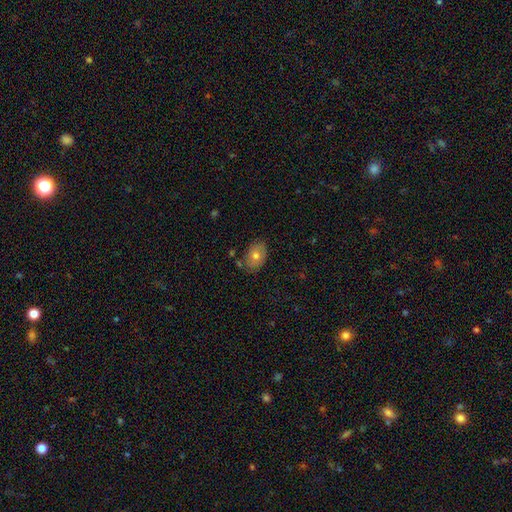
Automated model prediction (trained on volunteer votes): Overall: smooth (67%). How rounded: in between (81%). Merging: none (76%).